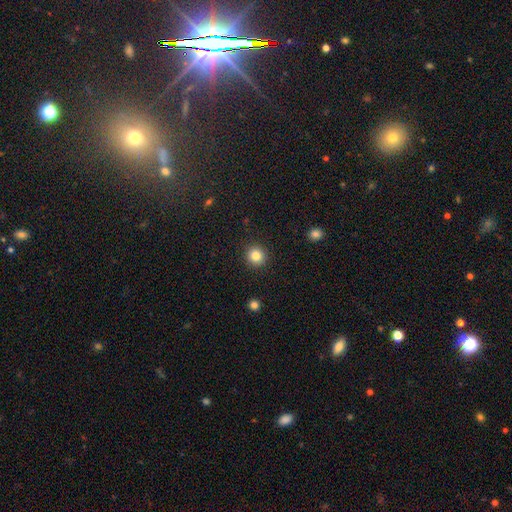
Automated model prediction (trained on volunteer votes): This is clearly a smooth galaxy (83%). How rounded: clearly round (93%). Merging: clearly none (92%).